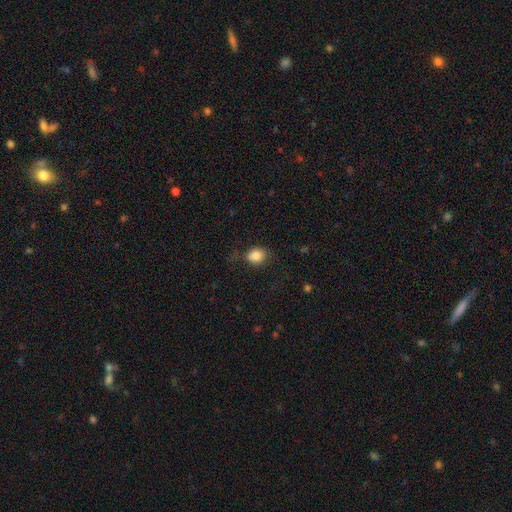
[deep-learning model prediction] smooth-or-featured: smooth: 83% | star or artifact: 10% | featured or disk: 7%
  how-rounded: round: 56% | in between: 43% | cigar-shaped: 1%
  merging: none: 63% | minor disturbance: 24% | major disturbance: 10% | merger: 3%